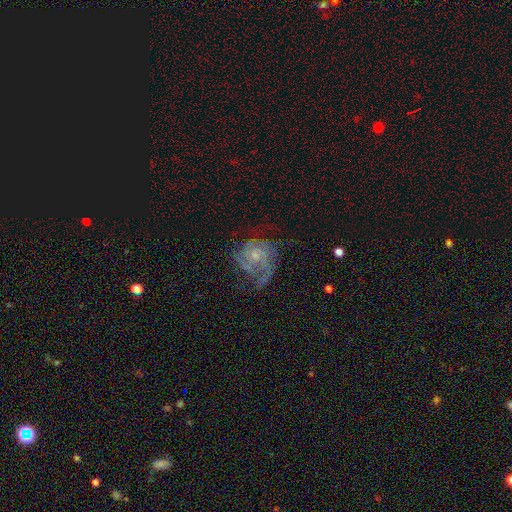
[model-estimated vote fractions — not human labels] Overall: featured or disk (84%). Edge-on disk: no (98%). Bar: no (74%). Spiral arms: yes (95%). Spiral arm count: 3 (30%; 2 27%). Spiral winding: medium (43%; tight 40%). Bulge size: small (68%). Merging: none (55%; major disturbance 23%).